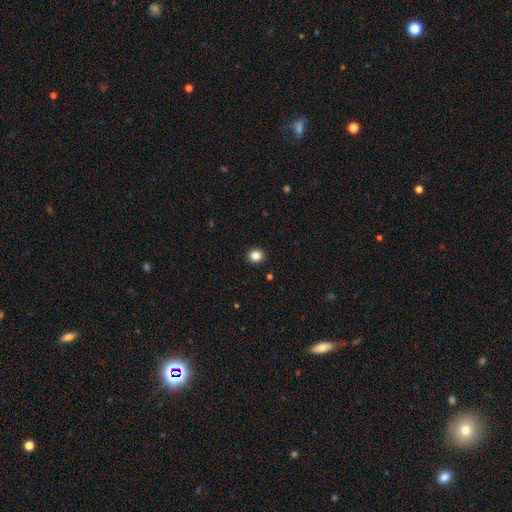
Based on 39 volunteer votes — A smooth galaxy with no disk features (85%) that is round (85%).

Vote fractions:
- Smooth or featured? smooth: 85% / star or artifact: 10% / featured or disk: 5%
- How rounded? round: 85% / in between: 15% / cigar-shaped: 0%
- Merging? none: 94% / minor disturbance: 3% / merger: 3% / major disturbance: 0%